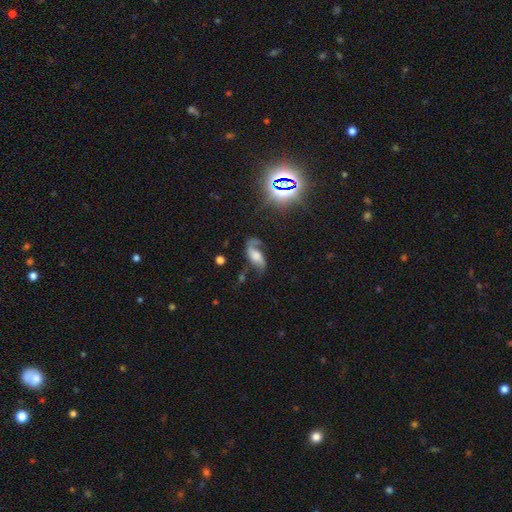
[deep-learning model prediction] Smooth or featured: featured or disk — 69% (smooth — 20%)
Edge-on disk: no — 94% (yes — 6%)
Bar: no — 54% (weak — 32%)
Spiral arms: yes — 91% (no — 9%)
Spiral winding: loose — 58% (medium — 32%)
Spiral arm count: 2 — 72% (1 — 21%)
Bulge size: moderate — 30% (tied with large — 30%)
Merging: none — 50% (minor disturbance — 23%)